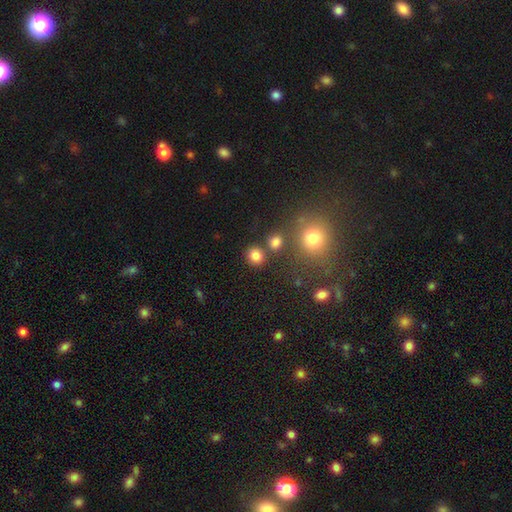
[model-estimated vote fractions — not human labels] This is clearly a smooth galaxy (81%). How rounded: clearly round (87%). Merging: likely none (80%).